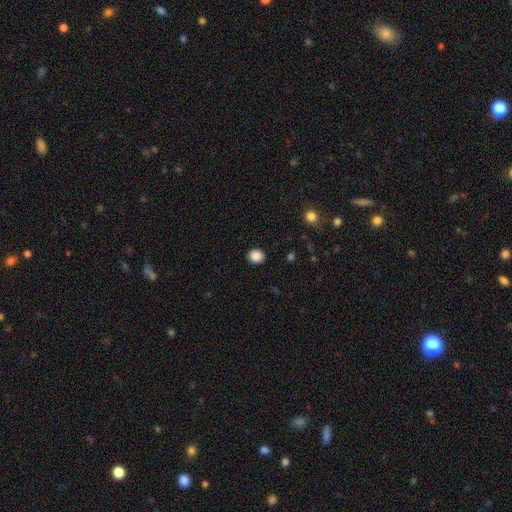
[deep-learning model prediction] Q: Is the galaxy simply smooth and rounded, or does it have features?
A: smooth — 88%.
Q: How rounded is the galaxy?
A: round — 82%.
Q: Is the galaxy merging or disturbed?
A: none — 91%.